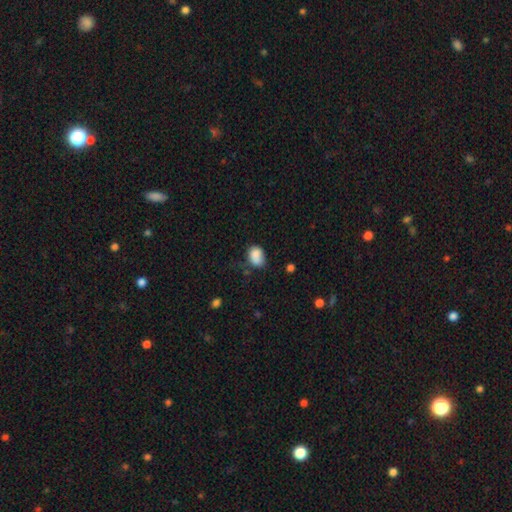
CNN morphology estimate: This appears to be a smooth galaxy with no disk features (82%) that is in between round and cigar-shaped (71%). Merging: none (45%).